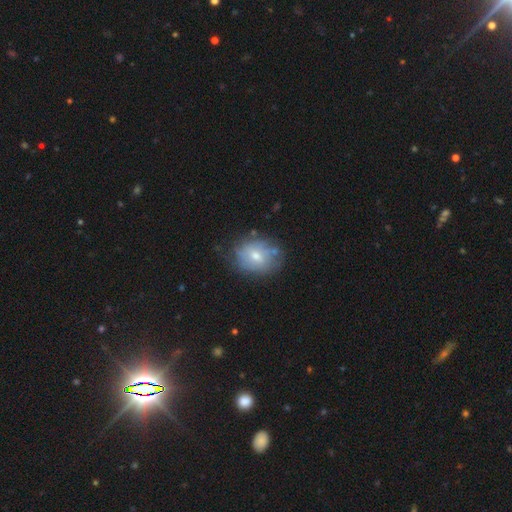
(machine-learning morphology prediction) smooth-or-featured: smooth: 54% | featured or disk: 37% | star or artifact: 9%
  how-rounded: round: 52% | in between: 47% | cigar-shaped: 1%
  merging: none: 64% | minor disturbance: 24% | major disturbance: 8% | merger: 4%